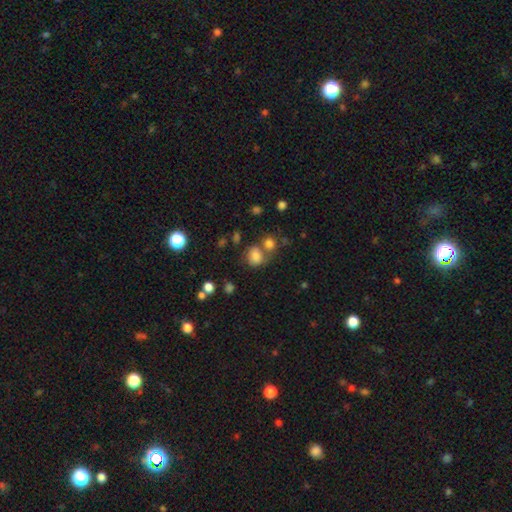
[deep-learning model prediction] Q: Smooth or featured?
A: smooth (78%); runner-up: star or artifact (13%)
Q: How rounded?
A: round (57%); runner-up: in between (41%)
Q: Merging?
A: none (50%); runner-up: merger (30%)